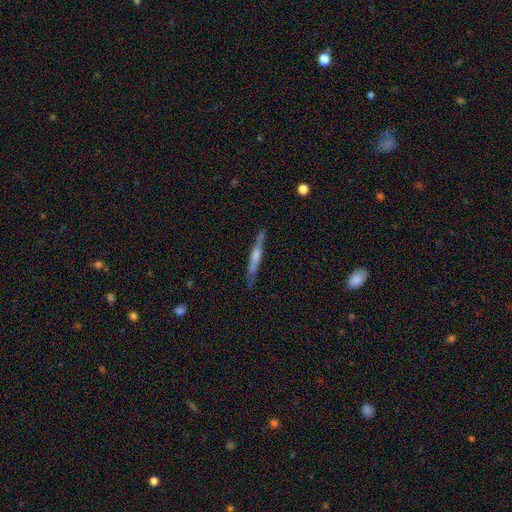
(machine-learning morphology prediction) smooth-or-featured: featured or disk: 63% | smooth: 30% | star or artifact: 6%
  disk-edge-on: yes: 95% | no: 5%
    edge-on-bulge: rounded: 50% | boxy: 25% | none: 25%
  merging: none: 81% | minor disturbance: 14% | major disturbance: 3% | merger: 2%